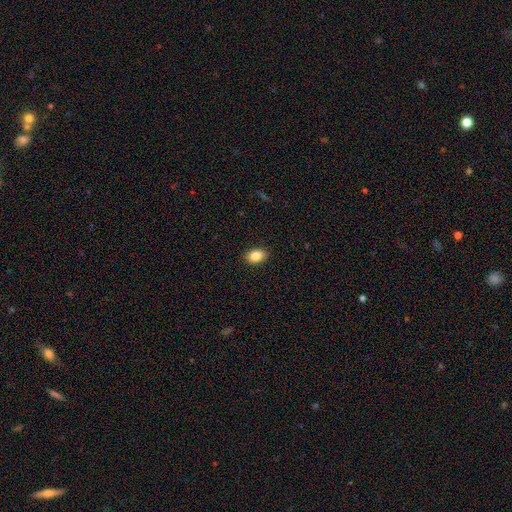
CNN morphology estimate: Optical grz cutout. It shows a smooth galaxy with no disk features (86%) that is in between round and cigar-shaped (81%). Merging: none (90%).